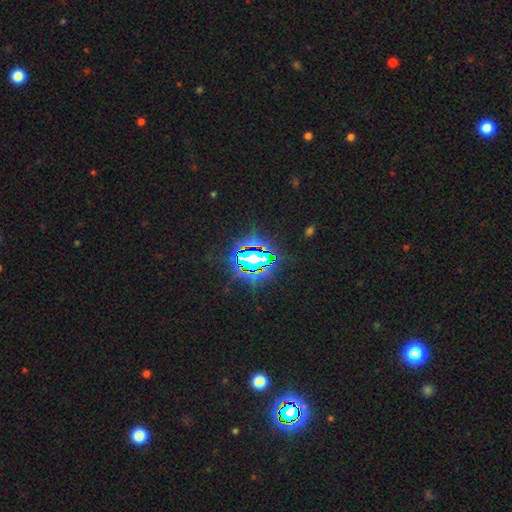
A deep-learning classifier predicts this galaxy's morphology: Smooth or featured: star or artifact — 77% (smooth — 12%)